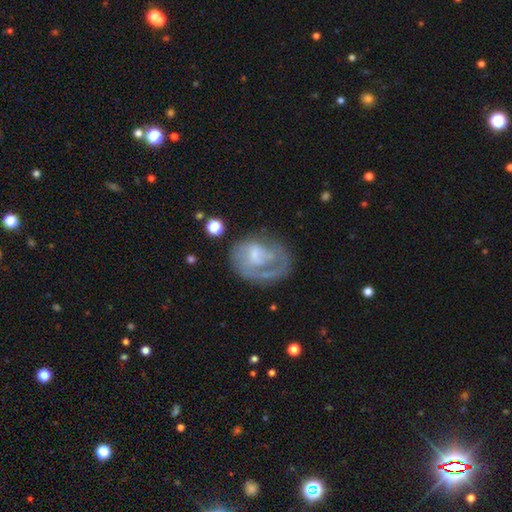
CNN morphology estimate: A featured or disk galaxy (64%) with no bar (57%), spiral arms (68%) and a small central bulge (38%).

Vote fractions:
- Smooth or featured? featured or disk: 64% / smooth: 29% / star or artifact: 7%
- Edge-on disk? no: 97% / yes: 3%
- Bar? no: 57% / weak: 36% / strong: 7%
- Spiral arms? yes: 68% / no: 32%
- Bulge size? small: 38% / none: 29% / moderate: 26% / large: 5% / dominant: 2%
- Merging? none: 44% / major disturbance: 31% / minor disturbance: 21% / merger: 4%